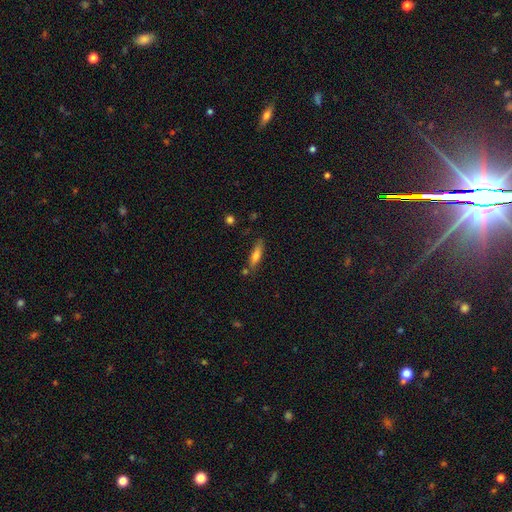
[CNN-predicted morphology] This appears to be a smooth galaxy with no disk features (70%) that is cigar-shaped (67%). Merging: none (71%).